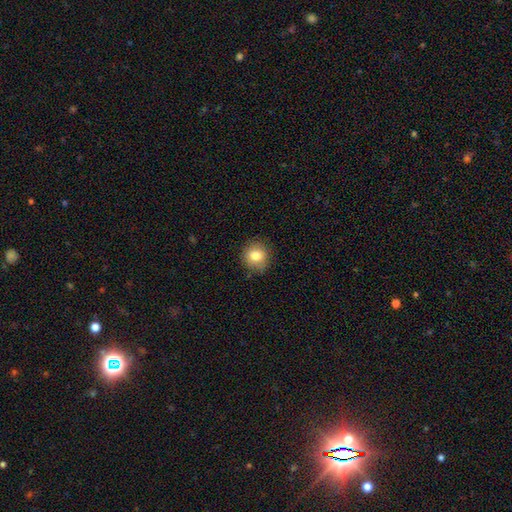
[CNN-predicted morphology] Smooth or featured? Predicted: smooth (p=0.81). How rounded? Predicted: round (p=0.87). Merging? Predicted: none (p=0.86).